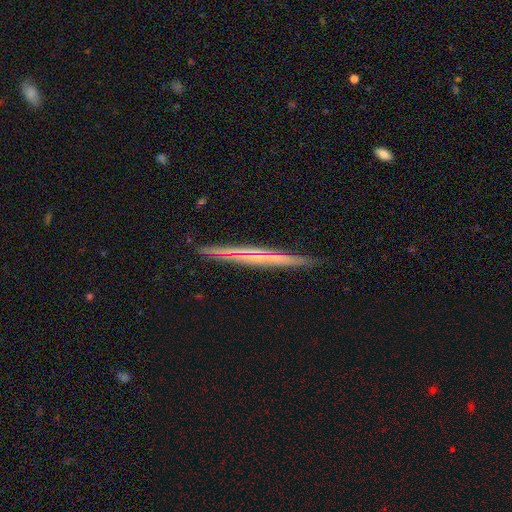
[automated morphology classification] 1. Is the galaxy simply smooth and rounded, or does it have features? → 67% featured or disk, 26% smooth, 6% star or artifact.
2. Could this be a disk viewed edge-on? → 96% yes, 4% no.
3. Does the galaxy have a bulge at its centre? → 73% none, 21% rounded, 6% boxy.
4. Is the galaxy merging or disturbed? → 89% none, 8% minor disturbance, 2% major disturbance, 1% merger.